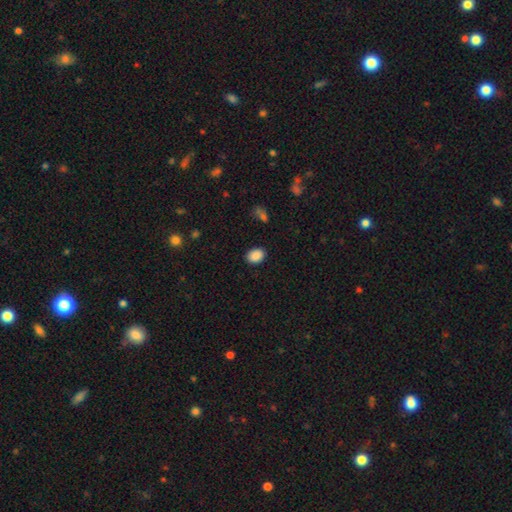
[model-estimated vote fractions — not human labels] smooth-or-featured: smooth: 89% | star or artifact: 8% | featured or disk: 3%
  how-rounded: in between: 70% | round: 29% | cigar-shaped: 1%
  merging: none: 87% | minor disturbance: 9% | major disturbance: 2% | merger: 1%